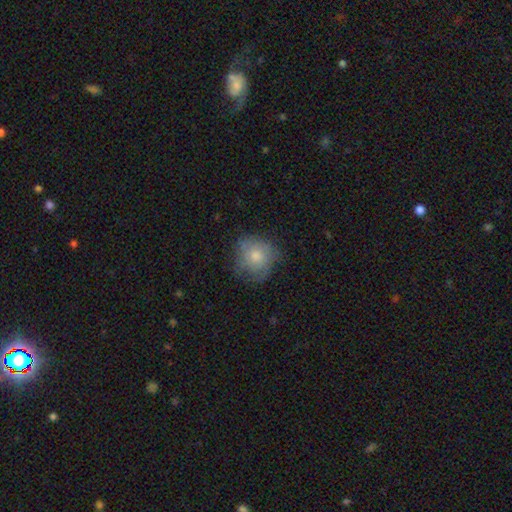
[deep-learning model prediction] Overall: smooth (62%; featured or disk 28%). How rounded: round (85%). Merging: none (68%).